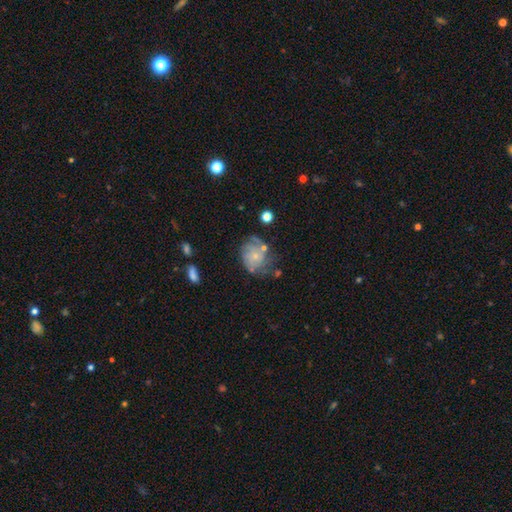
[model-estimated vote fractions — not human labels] Overall: featured or disk (64%; smooth 27%). Edge-on disk: no (98%). Bar: no (82%). Spiral arms: yes (80%). Spiral arm count: can't tell (45%; 2 17%). Spiral winding: tight (53%; medium 33%). Bulge size: small (78%). Merging: none (51%; minor disturbance 25%).